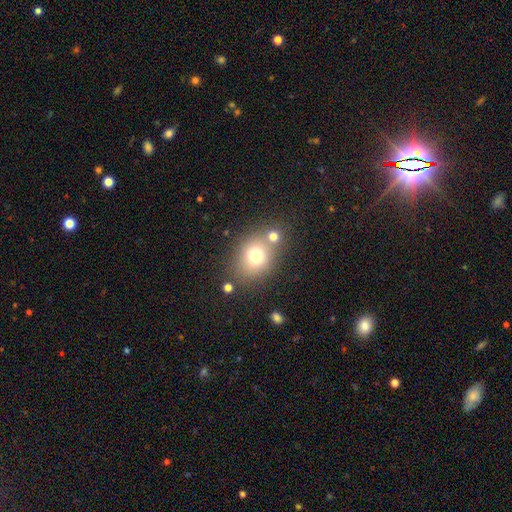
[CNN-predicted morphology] Smooth or featured? Predicted: smooth (p=0.74). How rounded? Predicted: round (p=0.53). Merging? Predicted: none (p=0.60).